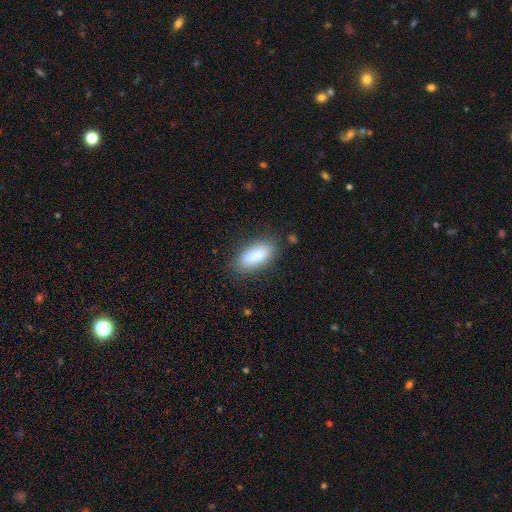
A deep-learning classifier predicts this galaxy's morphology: Overall: smooth (85%). How rounded: in between (84%). Merging: none (80%).